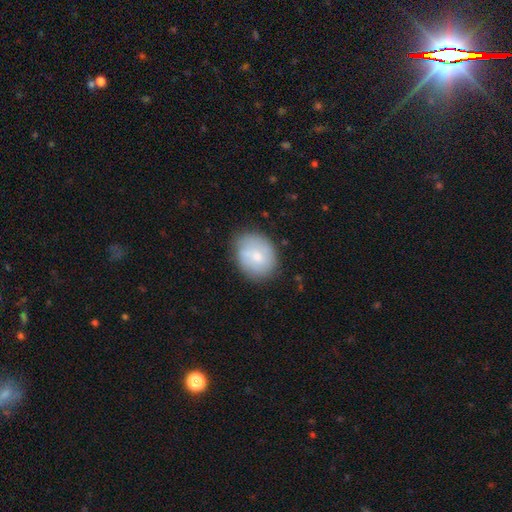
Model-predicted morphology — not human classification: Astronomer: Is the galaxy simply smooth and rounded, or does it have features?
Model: smooth — 66%.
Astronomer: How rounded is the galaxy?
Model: round — 52% (runner-up: in between, 47%).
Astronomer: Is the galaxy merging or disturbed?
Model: none — 72%.